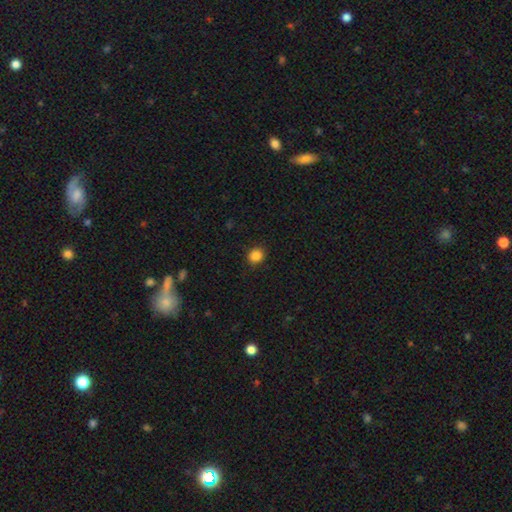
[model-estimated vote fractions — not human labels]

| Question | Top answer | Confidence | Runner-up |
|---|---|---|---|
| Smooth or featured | smooth | 86% | star or artifact (11%) |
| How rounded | round | 80% | in between (19%) |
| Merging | none | 89% | minor disturbance (7%) |